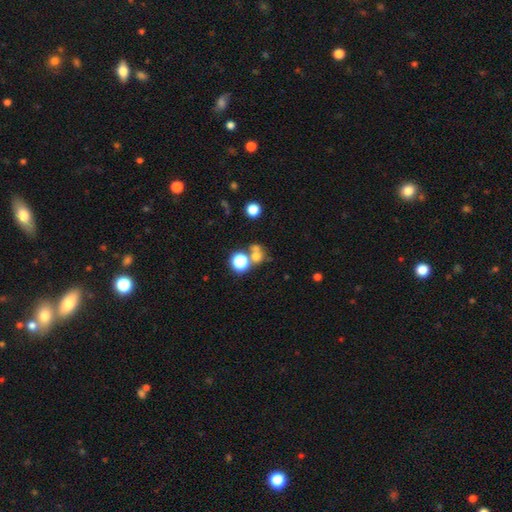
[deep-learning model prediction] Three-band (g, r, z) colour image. It shows a smooth galaxy with no disk features (59%) that is round (82%). Merging: none (47%).